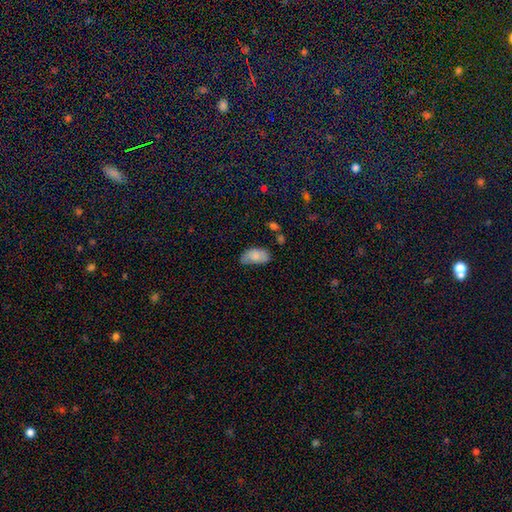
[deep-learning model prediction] This appears to be a smooth galaxy with no disk features (80%) that is in between round and cigar-shaped (94%). Merging: none (43%).